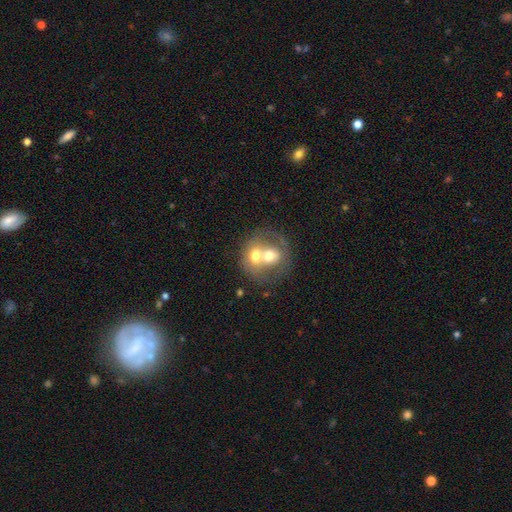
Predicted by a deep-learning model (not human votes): smooth-or-featured: smooth: 56% | featured or disk: 36% | star or artifact: 8%
  how-rounded: round: 62% | in between: 37% | cigar-shaped: 1%
  merging: merger: 73% | none: 17% | minor disturbance: 6% | major disturbance: 4%